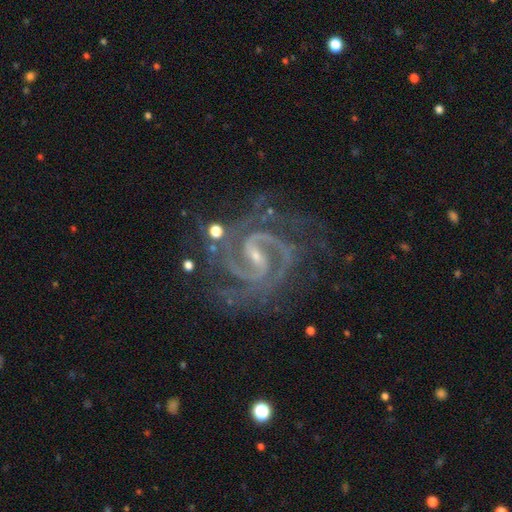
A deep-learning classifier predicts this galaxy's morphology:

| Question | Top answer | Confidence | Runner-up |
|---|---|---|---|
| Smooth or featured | featured or disk | 93% | star or artifact (6%) |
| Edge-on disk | no | 98% | yes (2%) |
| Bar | weak | 43% | strong (42%) |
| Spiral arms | yes | 99% | no (1%) |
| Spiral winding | medium | 48% | tight (45%) |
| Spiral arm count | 2 | 82% | 3 (7%) |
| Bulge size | small | 74% | moderate (17%) |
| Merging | none | 72% | minor disturbance (17%) |